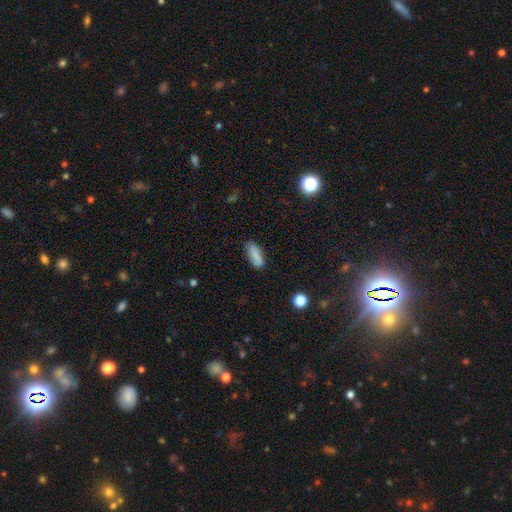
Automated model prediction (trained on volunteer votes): smooth-or-featured: smooth: 83% | featured or disk: 9% | star or artifact: 8%
  how-rounded: in between: 66% | cigar-shaped: 31% | round: 2%
  merging: none: 74% | minor disturbance: 19% | major disturbance: 4% | merger: 3%